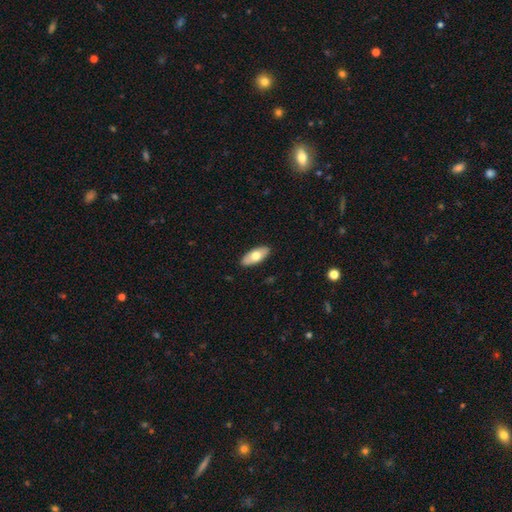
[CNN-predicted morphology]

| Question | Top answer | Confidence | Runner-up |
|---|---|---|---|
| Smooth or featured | smooth | 68% | featured or disk (26%) |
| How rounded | in between | 87% | cigar-shaped (10%) |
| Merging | none | 89% | minor disturbance (9%) |